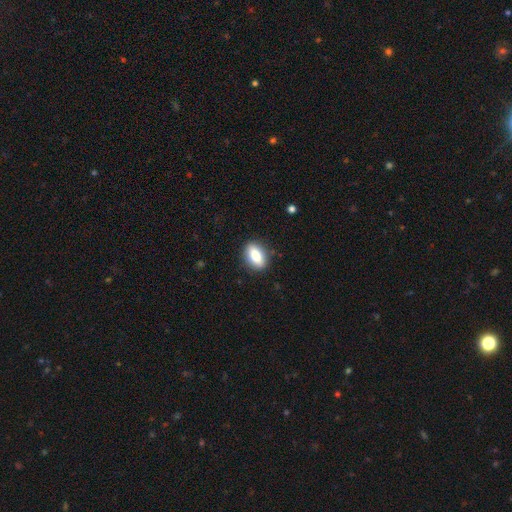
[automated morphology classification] Smooth or featured: smooth — 78% (featured or disk — 15%)
How rounded: in between — 81% (round — 11%)
Merging: none — 87% (minor disturbance — 9%)